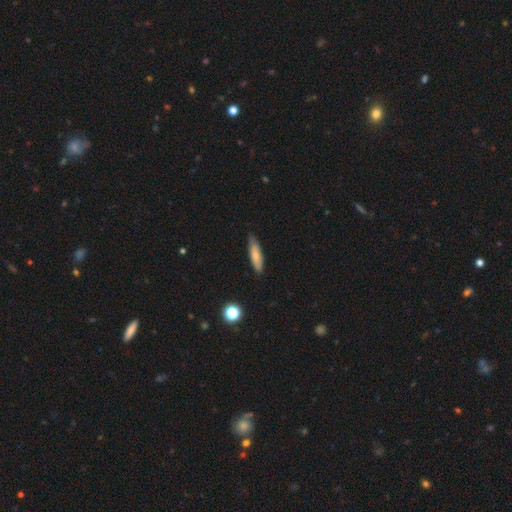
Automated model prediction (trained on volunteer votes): Smooth or featured: smooth — 73% (featured or disk — 20%)
How rounded: cigar-shaped — 66% (in between — 32%)
Merging: none — 78% (minor disturbance — 19%)